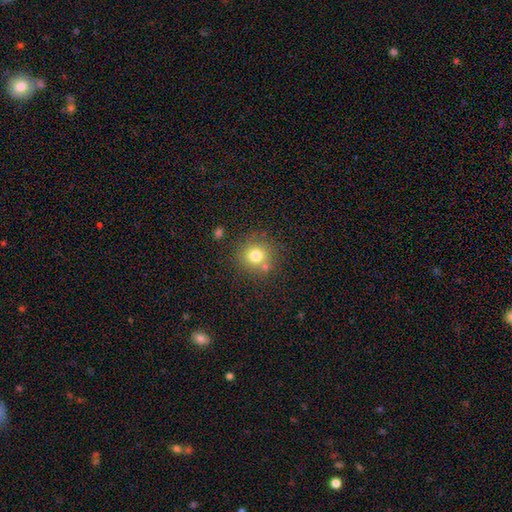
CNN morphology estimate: smooth_or_featured: smooth (p=0.76) [alt: star or artifact p=0.13]
how_rounded: round (p=0.89) [alt: in between p=0.10]
merging: none (p=0.71) [alt: merger p=0.14]